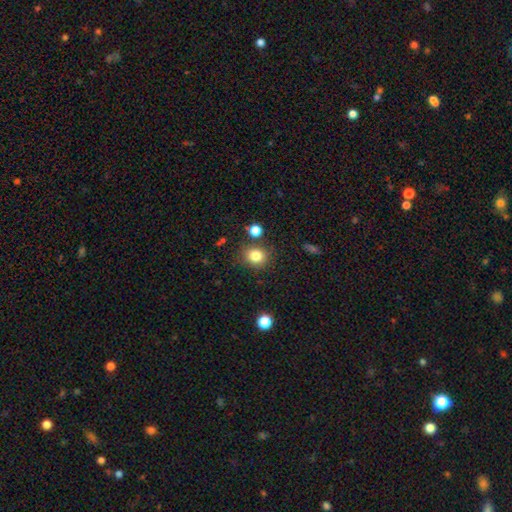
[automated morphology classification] smooth 81%, star or artifact 13%, featured or disk 7%. Down the decision tree: how rounded — round (78%); merging — none (81%).